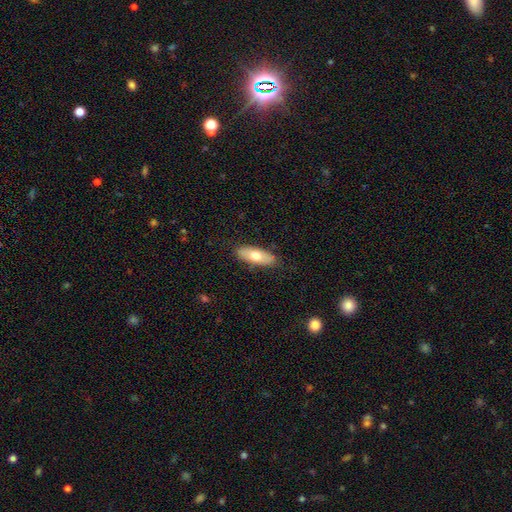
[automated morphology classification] smooth-or-featured: smooth: 68% | featured or disk: 26% | star or artifact: 6%
  how-rounded: in between: 72% | cigar-shaped: 25% | round: 2%
  merging: none: 85% | minor disturbance: 12% | major disturbance: 2% | merger: 1%